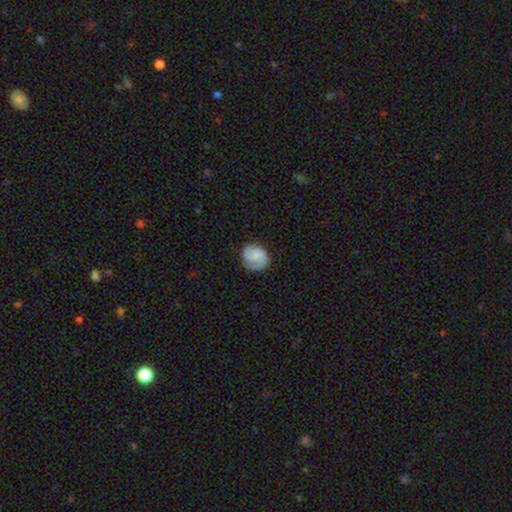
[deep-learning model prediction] The model was most divided on "smooth or featured": smooth: 55%, featured or disk: 38%, star or artifact: 7%. More confident: how rounded — round (72%); merging — none (71%).